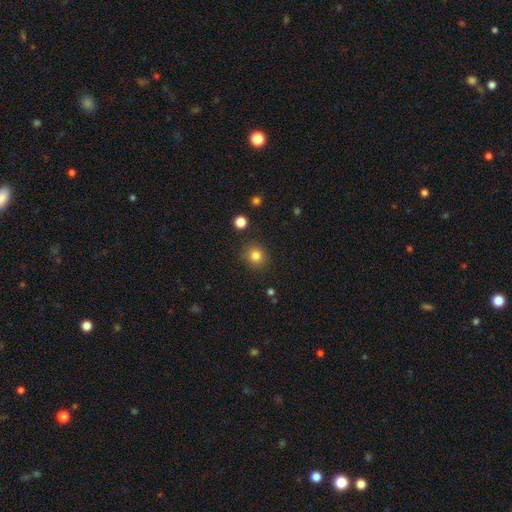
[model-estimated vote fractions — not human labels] The model was most divided on "smooth or featured": smooth: 82%, star or artifact: 12%, featured or disk: 6%. More confident: merging — none (89%); how rounded — round (88%).